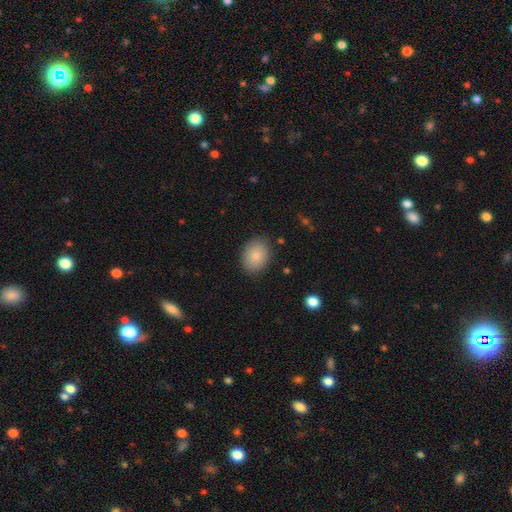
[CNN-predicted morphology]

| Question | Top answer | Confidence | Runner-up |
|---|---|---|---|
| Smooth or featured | smooth | 85% | star or artifact (7%) |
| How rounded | in between | 64% | round (35%) |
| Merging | none | 85% | minor disturbance (11%) |